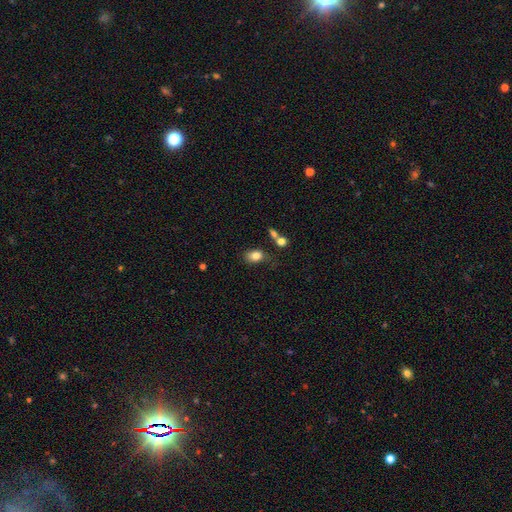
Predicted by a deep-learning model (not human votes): A smooth galaxy with no disk features (82%) that is in between round and cigar-shaped (74%).

Vote fractions:
- Smooth or featured? smooth: 82% / star or artifact: 10% / featured or disk: 8%
- How rounded? in between: 74% / round: 24% / cigar-shaped: 1%
- Merging? none: 57% / minor disturbance: 21% / merger: 13% / major disturbance: 9%